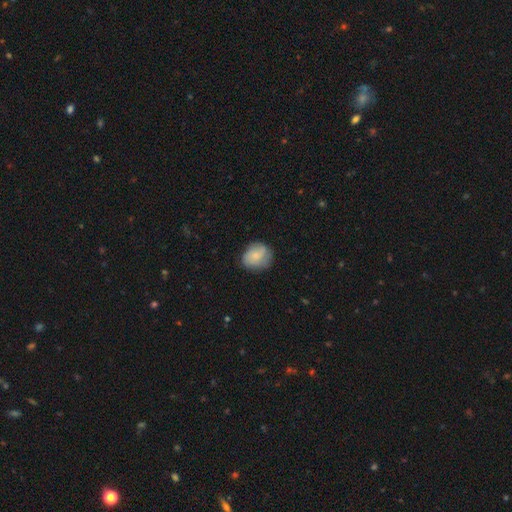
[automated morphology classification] This is likely a smooth galaxy (73%). How rounded: likely round (66%). Merging: likely none (68%).